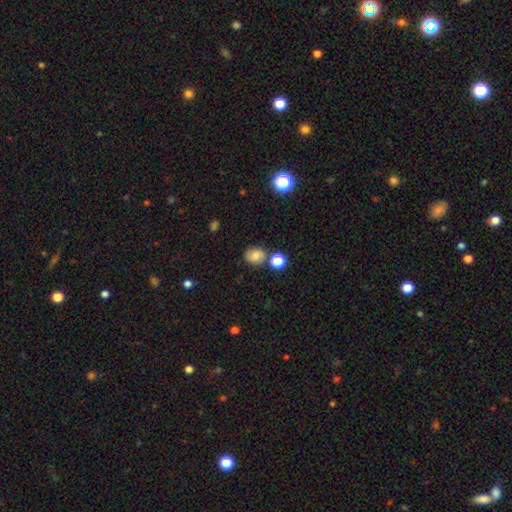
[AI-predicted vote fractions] Morphology: type=smooth (68%); roundness=round (64%); merging=none (71%).